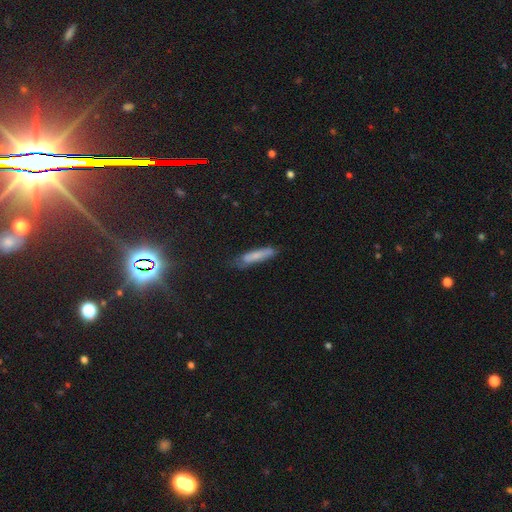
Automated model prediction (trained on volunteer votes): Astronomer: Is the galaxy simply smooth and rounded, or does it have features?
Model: smooth — 68%.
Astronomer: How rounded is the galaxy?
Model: cigar-shaped — 84%.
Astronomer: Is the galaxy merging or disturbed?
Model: none — 66%.